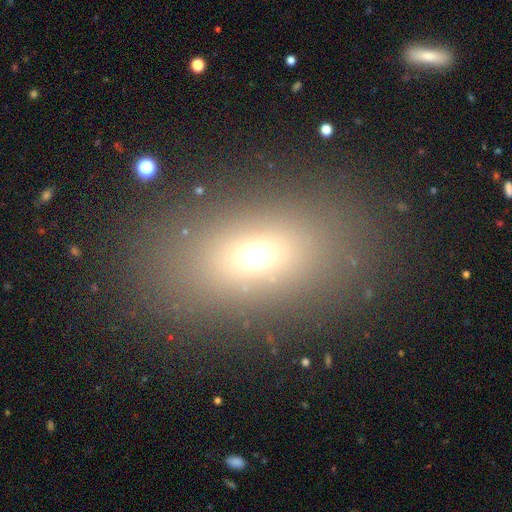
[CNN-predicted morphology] This is likely a smooth galaxy (68%). How rounded: likely in between (79%). Merging: likely none (80%).